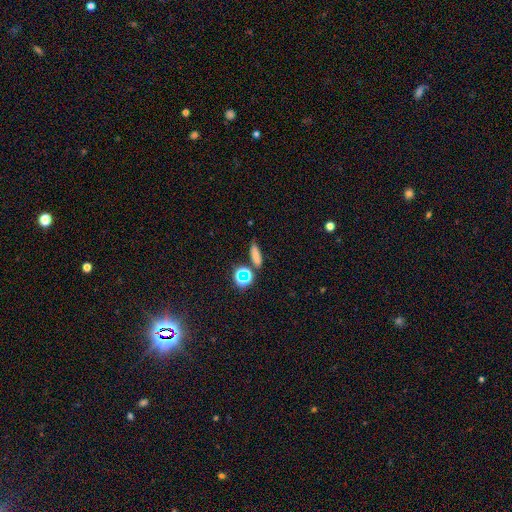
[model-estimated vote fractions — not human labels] A smooth galaxy with no disk features (72%) that is cigar-shaped (46%).

Vote fractions:
- Smooth or featured? smooth: 72% / star or artifact: 19% / featured or disk: 10%
- How rounded? cigar-shaped: 46% / in between: 42% / round: 12%
- Merging? none: 73% / minor disturbance: 14% / merger: 8% / major disturbance: 4%